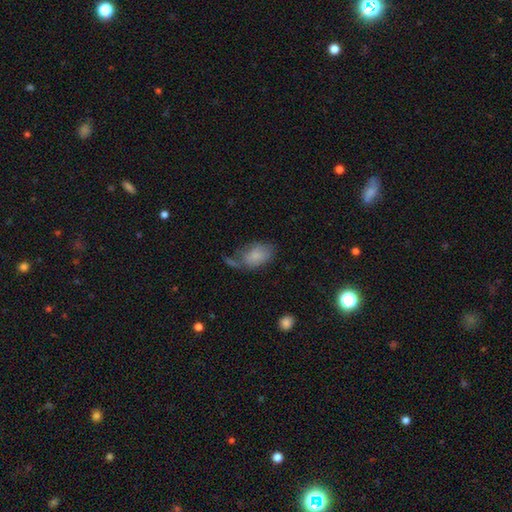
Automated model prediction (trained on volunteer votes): This is likely a smooth galaxy (79%). How rounded: clearly in between (91%). Merging: marginally none (42%).